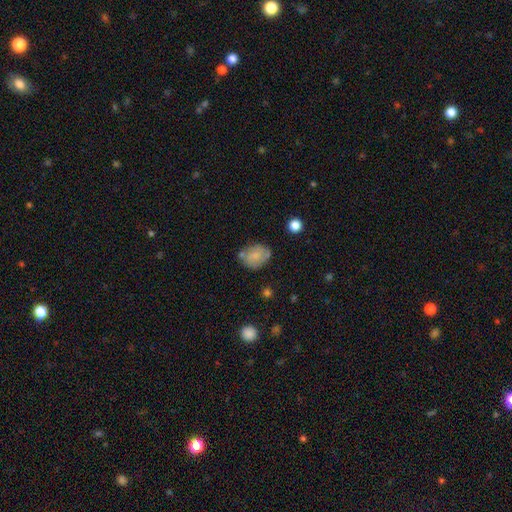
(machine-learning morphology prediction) A smooth galaxy with no disk features (57%) that is in between round and cigar-shaped (60%). Merging: none (59%).